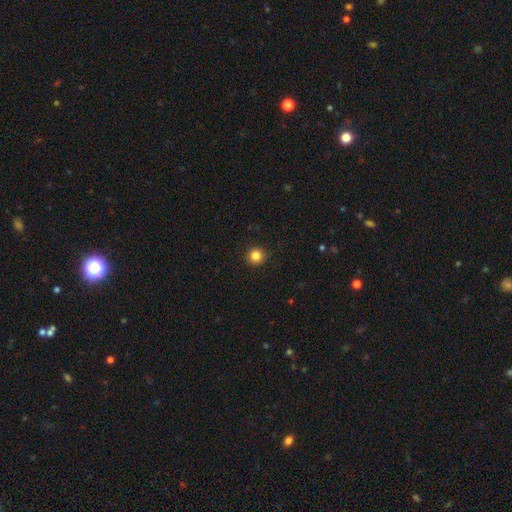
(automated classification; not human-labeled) Smooth or featured: smooth — 84% (star or artifact — 12%)
How rounded: round — 94% (in between — 5%)
Merging: none — 91% (minor disturbance — 6%)